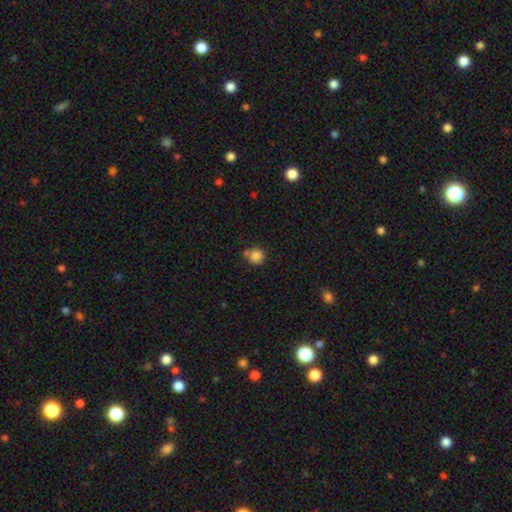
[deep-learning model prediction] Q: Smooth or featured?
A: smooth (85%); runner-up: star or artifact (10%)
Q: How rounded?
A: round (92%); runner-up: in between (7%)
Q: Merging?
A: none (67%); runner-up: merger (16%)